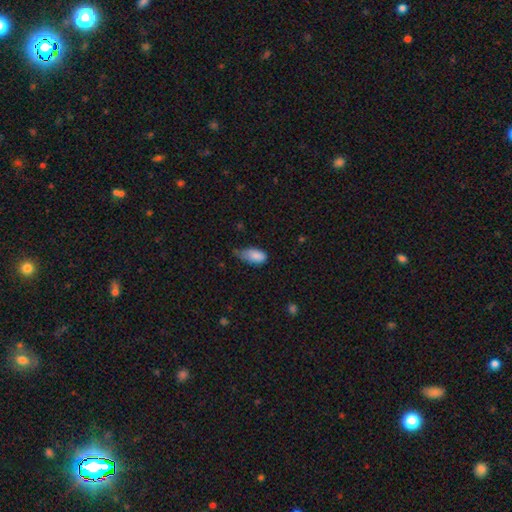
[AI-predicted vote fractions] Smooth or featured: smooth — 85% (featured or disk — 8%)
How rounded: in between — 92% (cigar-shaped — 4%)
Merging: minor disturbance — 51% (none — 28%)